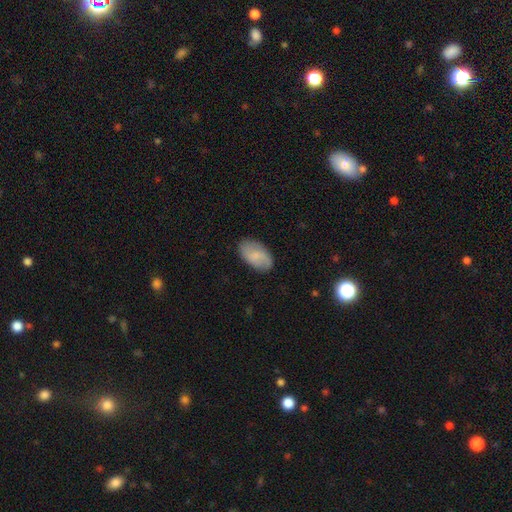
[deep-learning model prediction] smooth-or-featured: smooth: 71% | featured or disk: 22% | star or artifact: 7%
  how-rounded: in between: 94% | round: 4% | cigar-shaped: 2%
  merging: none: 81% | minor disturbance: 15% | major disturbance: 3% | merger: 1%